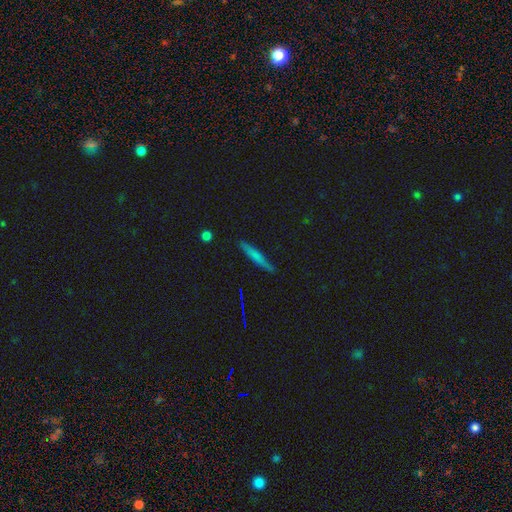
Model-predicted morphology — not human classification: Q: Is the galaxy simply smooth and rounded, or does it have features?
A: smooth — 61%.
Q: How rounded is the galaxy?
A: cigar-shaped — 93%.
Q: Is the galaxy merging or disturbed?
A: none — 83%.